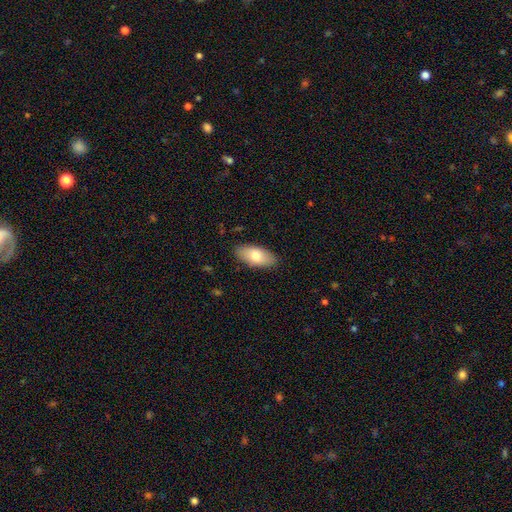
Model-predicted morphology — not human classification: Smooth or featured? Predicted: smooth (p=0.76). How rounded? Predicted: in between (p=0.91). Merging? Predicted: none (p=0.87).